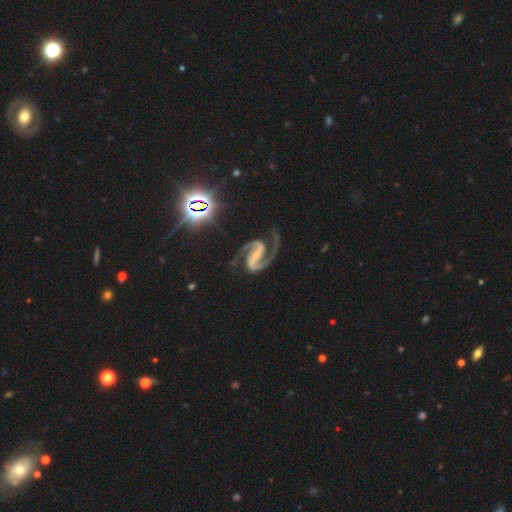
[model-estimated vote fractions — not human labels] This is clearly a featured or disk galaxy (93%). It is clearly not viewed edge-on (98%). Bar: possibly strong (57%). Spiral arm pattern: clearly yes (99%). Spiral arm count: clearly 2 (94%). Spiral winding: likely medium (67%). Central bulge: possibly small (59%). Merging: likely none (72%).